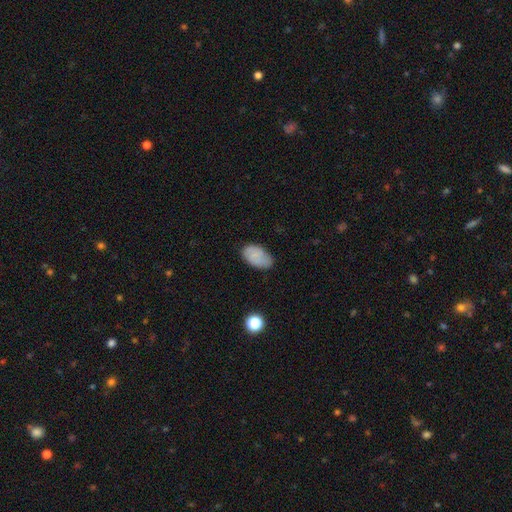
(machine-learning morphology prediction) type=smooth (75%); roundness=in between (93%); merging=none (74%).